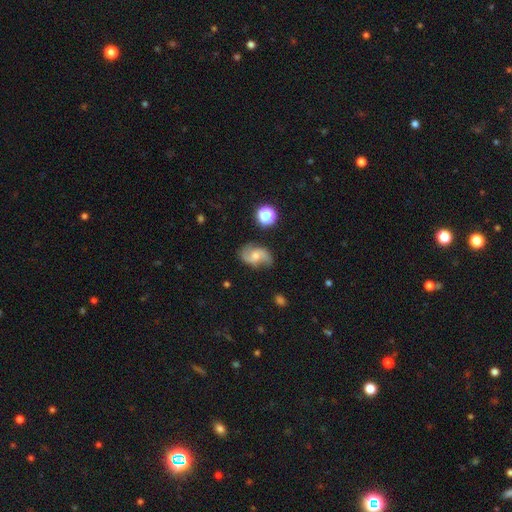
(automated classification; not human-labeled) A featured or disk galaxy (70%) with no bar (51%), 2 (89%) loose (51%) spiral arms (93%) and a moderate central bulge (47%). Merging: none (69%).